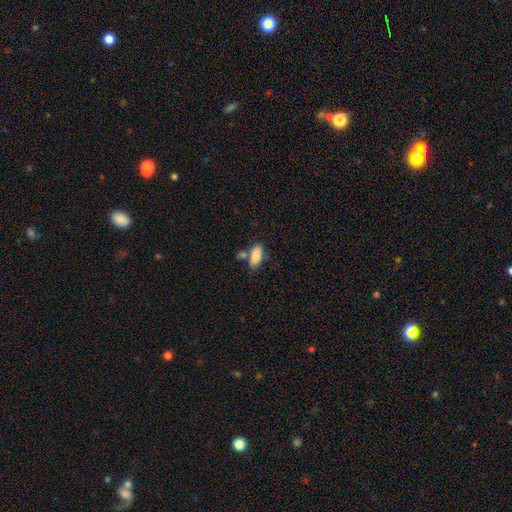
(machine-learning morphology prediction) The model was most divided on "merging": none: 61%, merger: 21%, minor disturbance: 14%, major disturbance: 4%. More confident: smooth or featured — smooth (85%); how rounded — in between (84%).